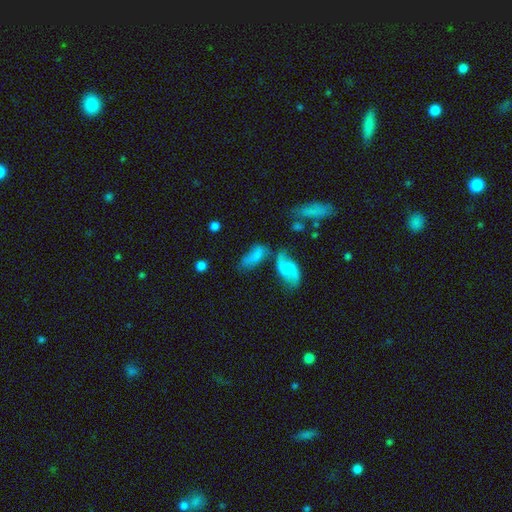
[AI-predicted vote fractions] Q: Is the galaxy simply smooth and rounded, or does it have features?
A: smooth — 61%.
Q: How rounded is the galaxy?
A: in between — 83%.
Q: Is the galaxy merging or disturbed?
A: none — 35%.